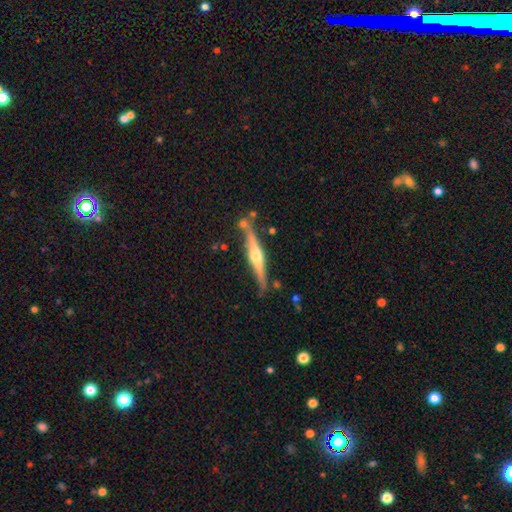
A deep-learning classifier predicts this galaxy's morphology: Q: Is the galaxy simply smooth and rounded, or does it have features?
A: featured or disk — 76%.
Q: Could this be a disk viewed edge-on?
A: yes — 98%.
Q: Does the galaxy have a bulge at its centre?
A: rounded — 92%.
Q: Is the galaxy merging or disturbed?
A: none — 78%.